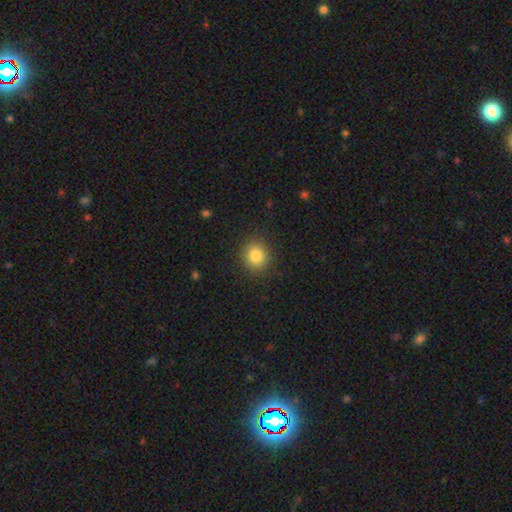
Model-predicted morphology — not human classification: Smooth or featured: smooth — 83% (star or artifact — 11%)
How rounded: round — 84% (in between — 15%)
Merging: none — 89% (minor disturbance — 7%)